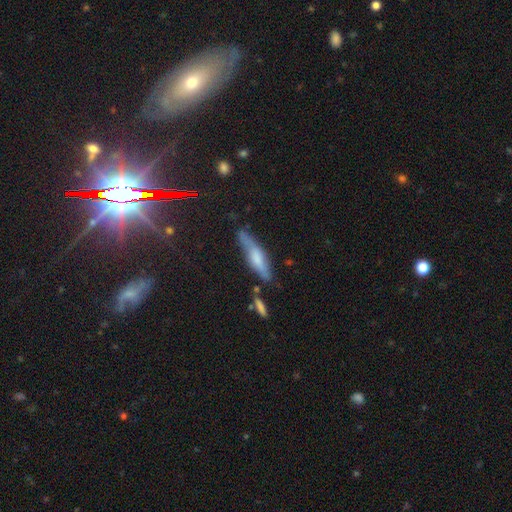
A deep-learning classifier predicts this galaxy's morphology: smooth-or-featured: featured or disk: 45% | smooth: 44% | star or artifact: 11%
  merging: none: 67% | minor disturbance: 22% | major disturbance: 6% | merger: 5%